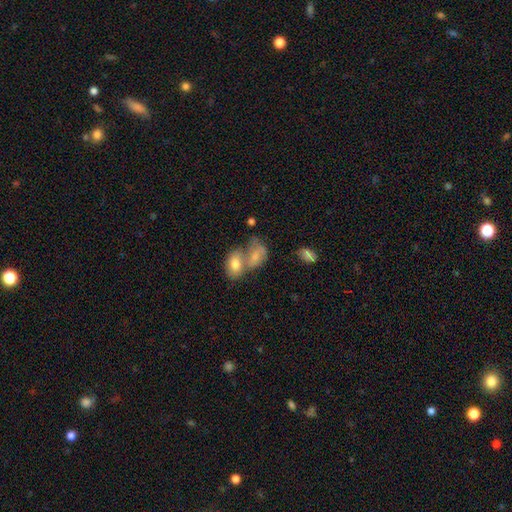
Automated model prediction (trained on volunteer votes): Smooth or featured: smooth — 68% (featured or disk — 22%)
How rounded: in between — 81% (round — 17%)
Merging: merger — 67% (none — 18%)